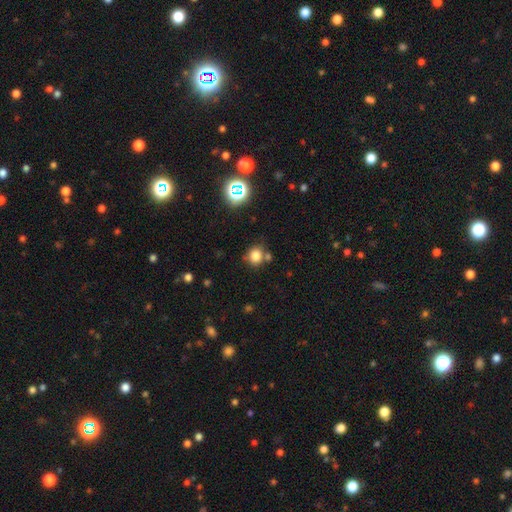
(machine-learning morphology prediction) smooth 78%, star or artifact 15%, featured or disk 7%. Down the decision tree: how rounded — round (79%); merging — none (68%).